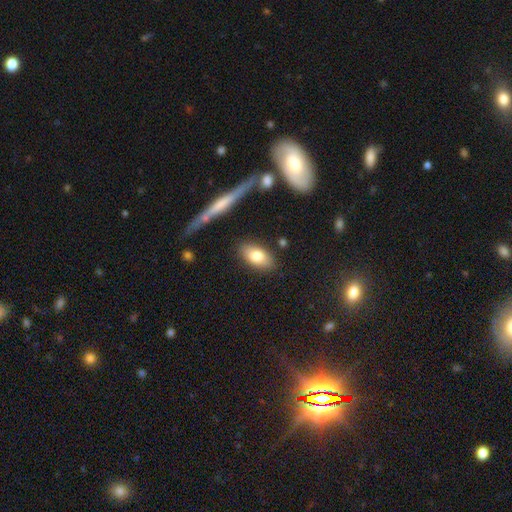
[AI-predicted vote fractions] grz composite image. It shows a smooth galaxy with no disk features (79%) that is in between round and cigar-shaped (89%). Merging: none (83%).